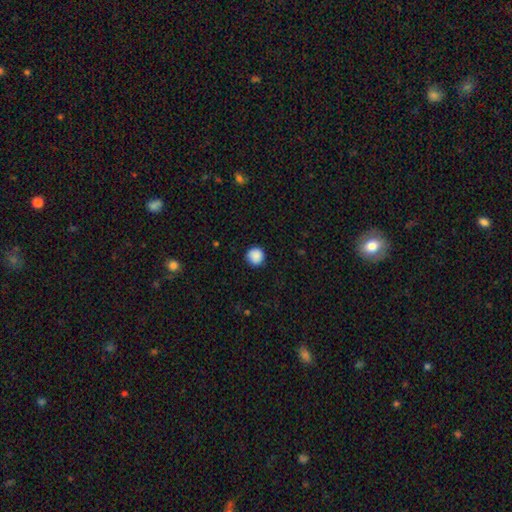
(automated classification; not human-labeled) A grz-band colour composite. It shows a smooth galaxy with no disk features (89%) that is round (95%). Merging: none (89%).